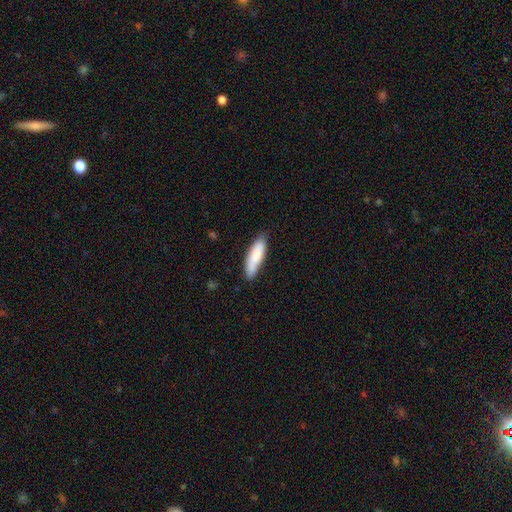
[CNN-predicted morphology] smooth_or_featured: smooth (p=0.82) [alt: featured or disk p=0.13]
how_rounded: cigar-shaped (p=0.53) [alt: in between p=0.46]
merging: none (p=0.74) [alt: minor disturbance p=0.21]